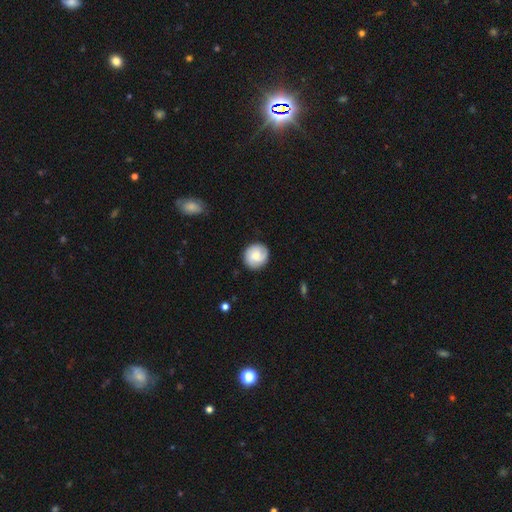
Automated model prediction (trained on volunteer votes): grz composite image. It shows a smooth galaxy with no disk features (54%) that is round (88%). Merging: none (85%).